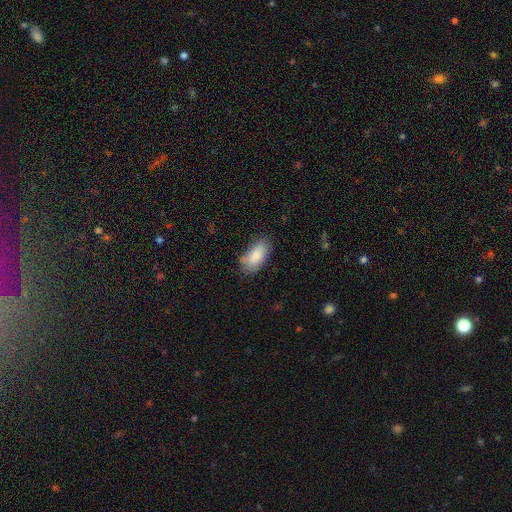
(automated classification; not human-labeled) A smooth galaxy with no disk features (84%) that is in between round and cigar-shaped (91%). Merging: none (69%).